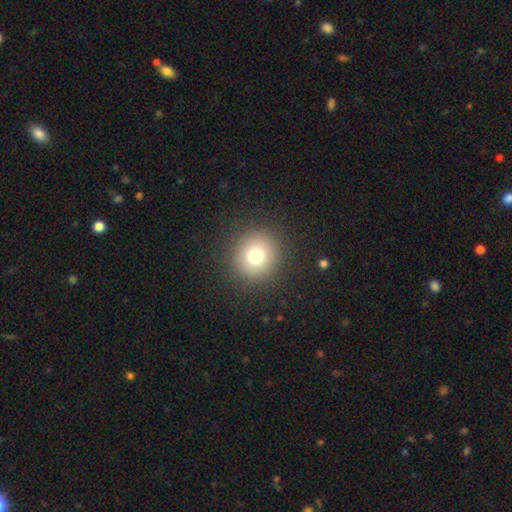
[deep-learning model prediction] This appears to be a smooth galaxy with no disk features (76%) that is round (94%). Merging: none (91%).